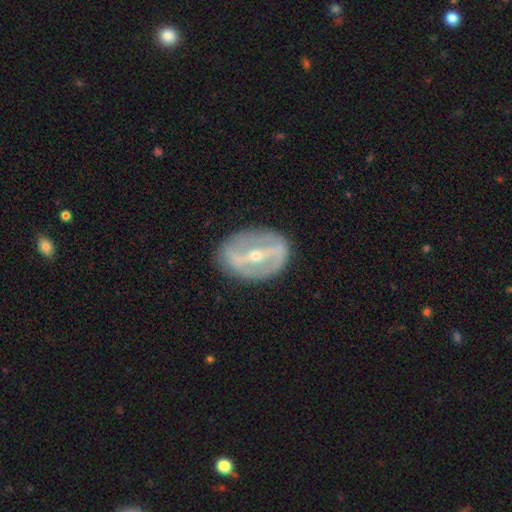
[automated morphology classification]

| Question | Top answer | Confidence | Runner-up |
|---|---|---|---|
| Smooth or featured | featured or disk | 82% | smooth (12%) |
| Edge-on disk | no | 89% | yes (11%) |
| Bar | strong | 78% | weak (16%) |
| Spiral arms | no | 51% | yes (49%) |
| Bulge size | small | 61% | moderate (36%) |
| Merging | none | 81% | minor disturbance (12%) |